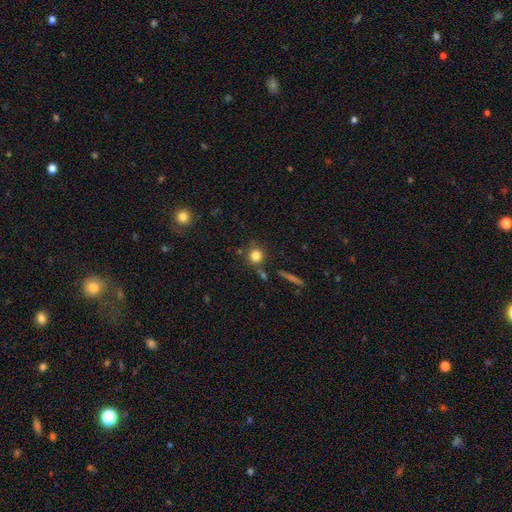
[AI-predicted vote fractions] Smooth or featured: smooth — 82% (star or artifact — 11%)
How rounded: round — 89% (in between — 10%)
Merging: none — 76% (minor disturbance — 11%)